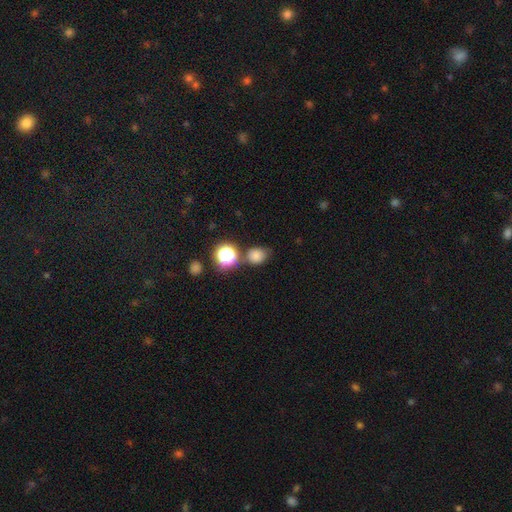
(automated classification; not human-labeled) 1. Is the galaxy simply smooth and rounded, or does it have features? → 76% smooth, 18% star or artifact, 6% featured or disk.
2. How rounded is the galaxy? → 67% round, 31% in between, 1% cigar-shaped.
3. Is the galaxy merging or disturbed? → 65% none, 18% minor disturbance, 11% merger, 5% major disturbance.